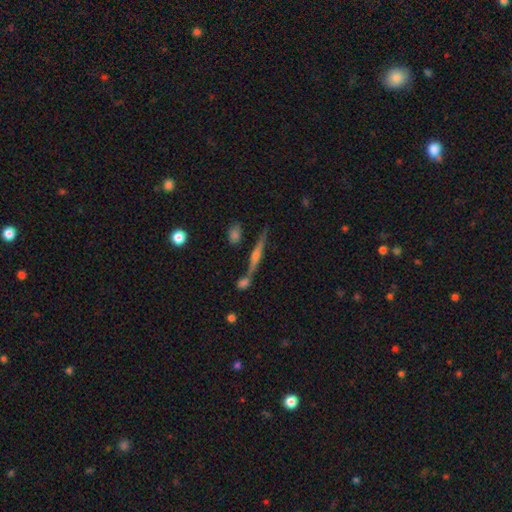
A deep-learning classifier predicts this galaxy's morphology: featured or disk 75%, smooth 15%, star or artifact 10%. Down the decision tree: edge-on disk — yes (97%); edge-on bulge — rounded (82%); merging — none (75%).